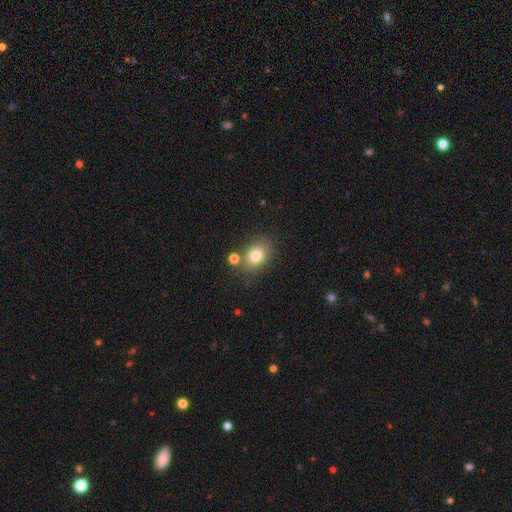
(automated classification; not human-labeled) This is likely a smooth galaxy (79%). How rounded: likely in between (64%). Merging: likely none (73%).